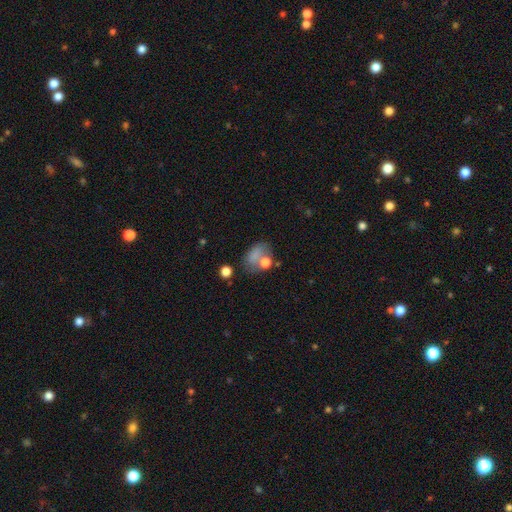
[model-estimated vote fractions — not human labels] Smooth or featured? smooth (71%)
How rounded? in between (72%)
Merging? none (38%)